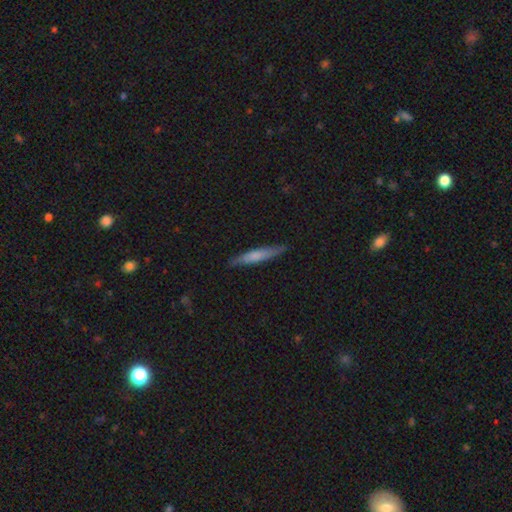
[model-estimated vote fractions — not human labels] Smooth or featured: smooth — 61% (featured or disk — 34%)
How rounded: cigar-shaped — 92% (in between — 6%)
Merging: none — 86% (minor disturbance — 11%)